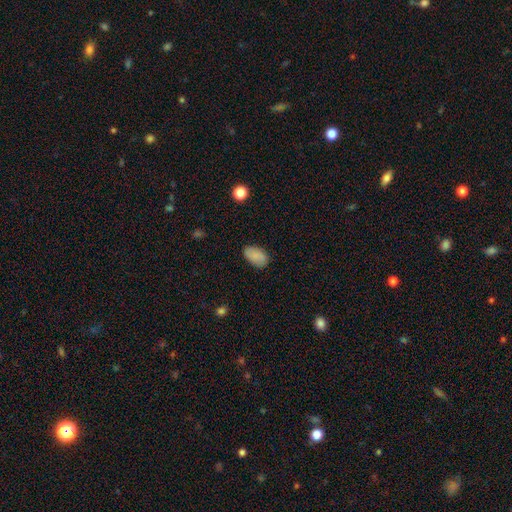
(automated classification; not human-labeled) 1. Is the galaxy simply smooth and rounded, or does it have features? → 87% smooth, 8% star or artifact, 5% featured or disk.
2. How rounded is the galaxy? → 93% in between, 5% round, 2% cigar-shaped.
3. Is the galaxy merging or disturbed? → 84% none, 12% minor disturbance, 3% major disturbance, 1% merger.